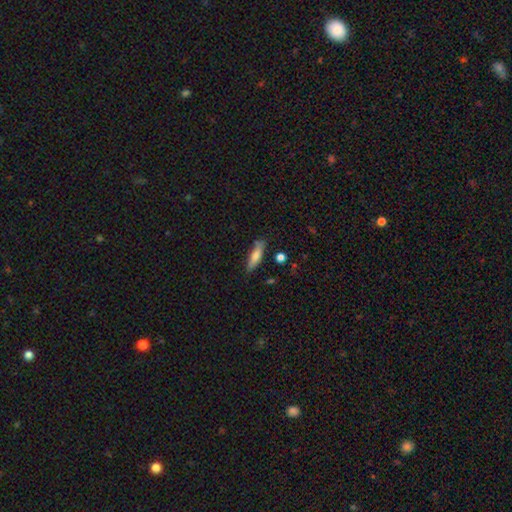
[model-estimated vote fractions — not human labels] Overall: smooth (75%). How rounded: cigar-shaped (69%; in between 29%). Merging: none (75%).